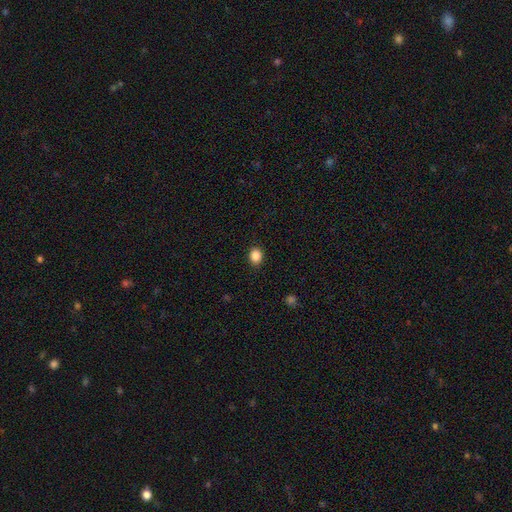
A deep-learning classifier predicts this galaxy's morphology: This appears to be a smooth galaxy with no disk features (86%) that is round (60%). Merging: none (90%).